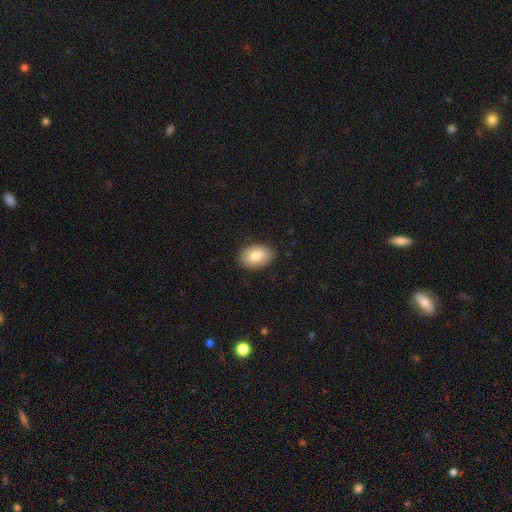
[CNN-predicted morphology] type=smooth (82%); roundness=in between (92%); merging=none (87%).